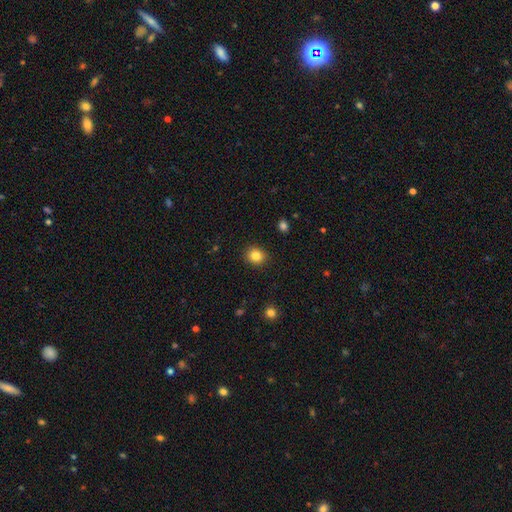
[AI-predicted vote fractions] A smooth galaxy with no disk features (83%) that is round (79%). Merging: none (90%).